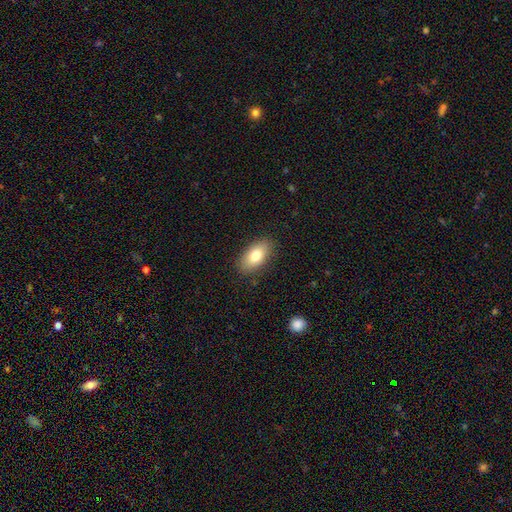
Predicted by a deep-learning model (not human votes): smooth-or-featured: smooth: 78% | featured or disk: 14% | star or artifact: 7%
  how-rounded: in between: 91% | cigar-shaped: 5% | round: 4%
  merging: none: 87% | minor disturbance: 9% | major disturbance: 2% | merger: 1%